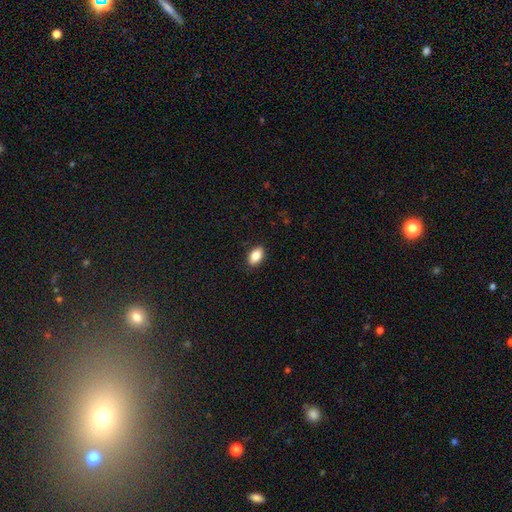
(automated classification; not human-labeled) Smooth or featured? smooth (86%)
How rounded? in between (92%)
Merging? none (89%)